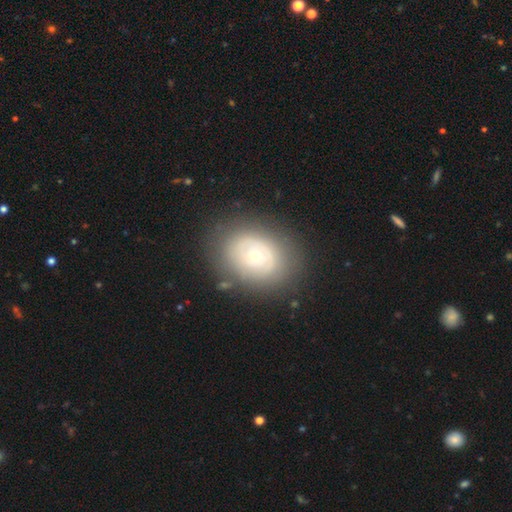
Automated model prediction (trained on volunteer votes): The model was most divided on "smooth or featured": smooth: 47%, featured or disk: 44%, star or artifact: 9%. More confident: merging — none (78%).